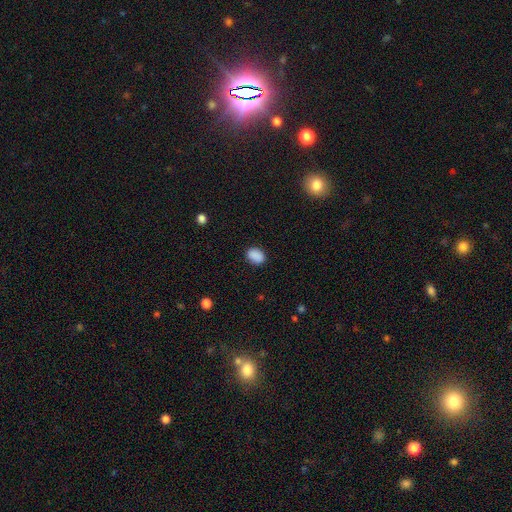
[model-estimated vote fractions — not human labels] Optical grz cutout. It shows a smooth galaxy with no disk features (89%) that is in between round and cigar-shaped (76%). Merging: none (87%).